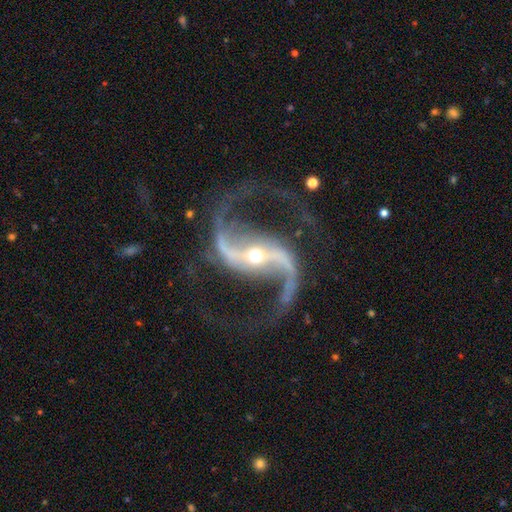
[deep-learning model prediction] featured or disk 94%, star or artifact 4%, smooth 2%. Down the decision tree: edge-on disk — no (97%); bar — strong (63%); spiral arms — yes (98%); spiral arm count — 2 (95%); spiral winding — loose (74%); bulge size — moderate (48%); merging — none (74%).